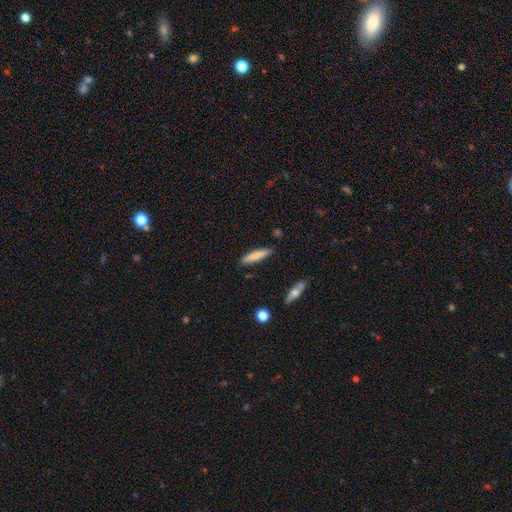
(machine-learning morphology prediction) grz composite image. It shows a smooth galaxy with no disk features (78%) that is cigar-shaped (82%). Merging: none (85%).